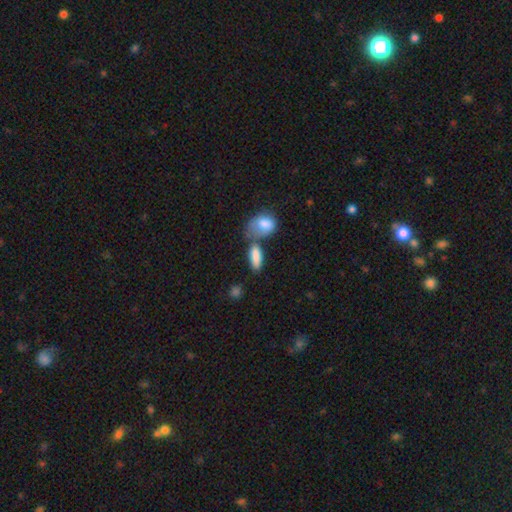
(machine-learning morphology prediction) type=smooth (85%); roundness=in between (81%); merging=none (42%).